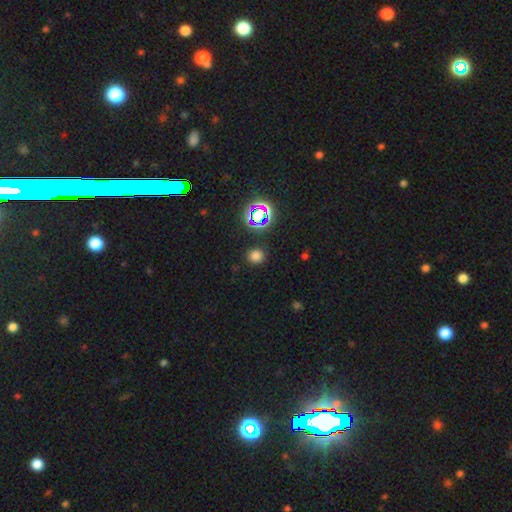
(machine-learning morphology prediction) smooth-or-featured: smooth: 72% | star or artifact: 23% | featured or disk: 5%
  how-rounded: round: 88% | in between: 11% | cigar-shaped: 1%
  merging: none: 89% | minor disturbance: 7% | major disturbance: 3% | merger: 2%